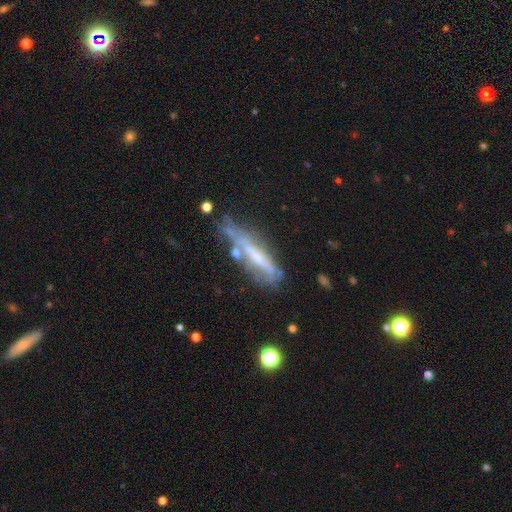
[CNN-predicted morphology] type=featured or disk (60%); edge-on=yes (61%); merging=none (46%).